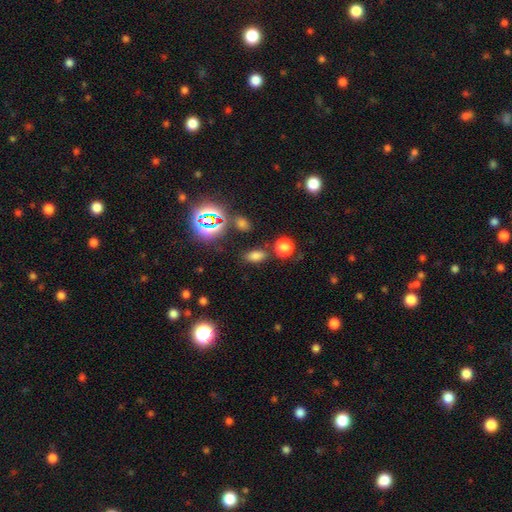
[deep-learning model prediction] smooth 69%, star or artifact 24%, featured or disk 7%. Down the decision tree: how rounded — in between (83%); merging — none (79%).